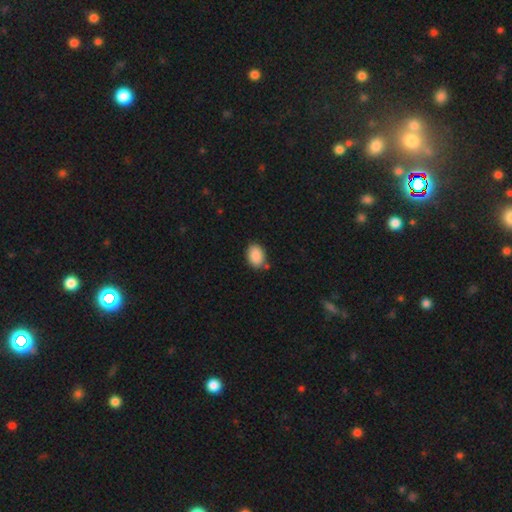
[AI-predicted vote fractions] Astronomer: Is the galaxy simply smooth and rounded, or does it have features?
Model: smooth — 89%.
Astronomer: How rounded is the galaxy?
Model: in between — 81%.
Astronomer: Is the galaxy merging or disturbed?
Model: none — 78%.